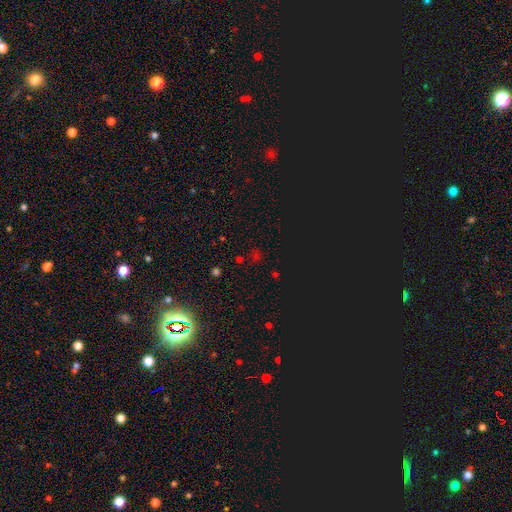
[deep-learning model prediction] Smooth or featured: star or artifact — 60% (smooth — 34%)